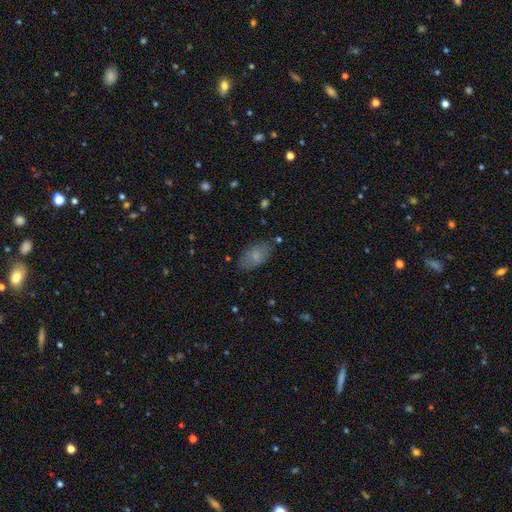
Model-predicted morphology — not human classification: smooth_or_featured: smooth (p=0.78) [alt: featured or disk p=0.14]
how_rounded: in between (p=0.93) [alt: round p=0.04]
merging: none (p=0.77) [alt: minor disturbance p=0.16]